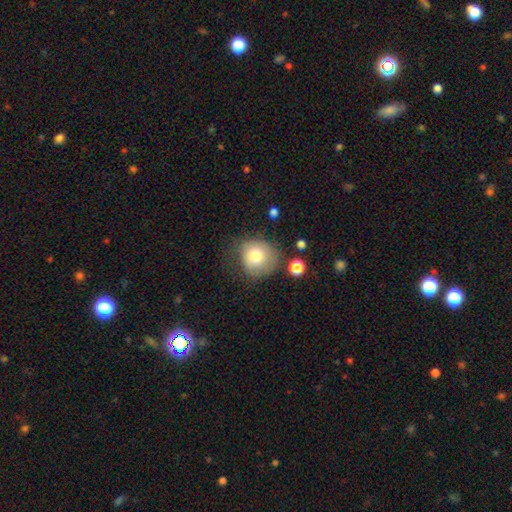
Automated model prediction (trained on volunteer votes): The model was most divided on "merging": none: 52%, minor disturbance: 29%, major disturbance: 15%, merger: 4%. More confident: how rounded — round (85%); smooth or featured — smooth (73%).